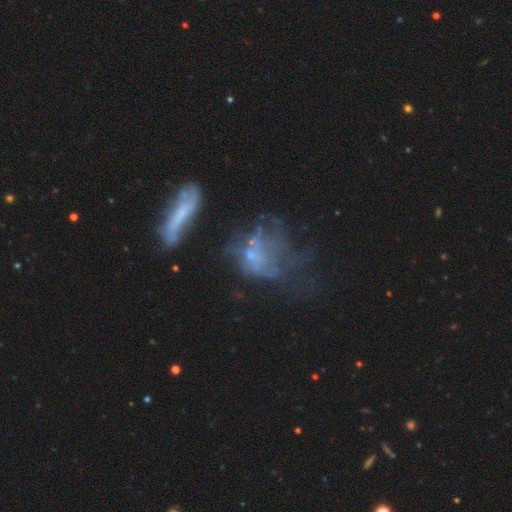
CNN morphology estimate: smooth_or_featured: featured or disk (p=0.48) [alt: smooth p=0.34]
merging: major disturbance (p=0.37) [alt: merger p=0.26]